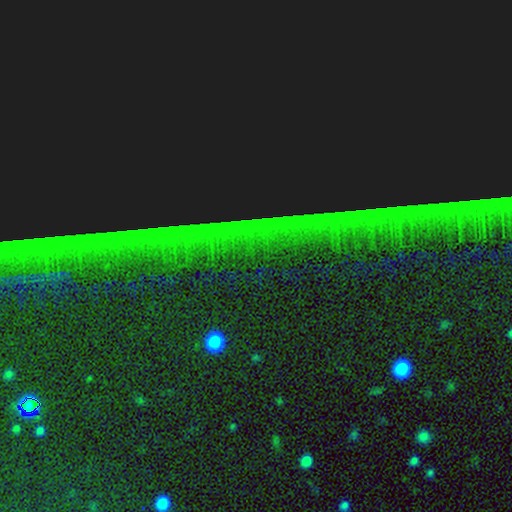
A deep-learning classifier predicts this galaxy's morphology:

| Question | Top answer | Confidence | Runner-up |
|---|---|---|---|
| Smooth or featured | star or artifact | 78% | smooth (14%) |